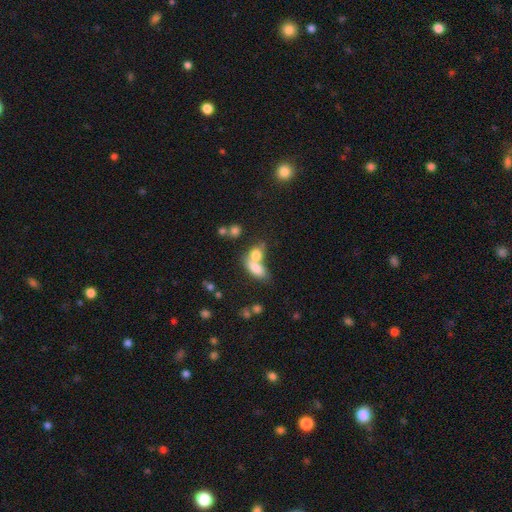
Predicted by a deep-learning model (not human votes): A smooth galaxy with no disk features (75%) that is in between round and cigar-shaped (75%). Merging: merger (65%).